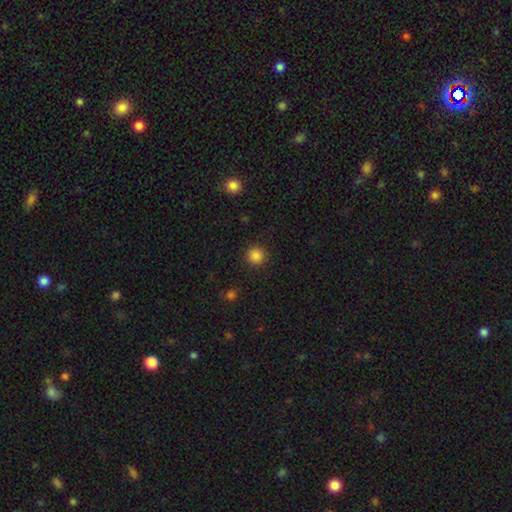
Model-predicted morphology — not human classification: Smooth or featured?
  - smooth: 86% *
  - star or artifact: 11%
  - featured or disk: 3%
How rounded?
  - round: 95% *
  - in between: 5%
  - cigar-shaped: 1%
Merging?
  - none: 91% *
  - minor disturbance: 5%
  - major disturbance: 2%
  - merger: 1%